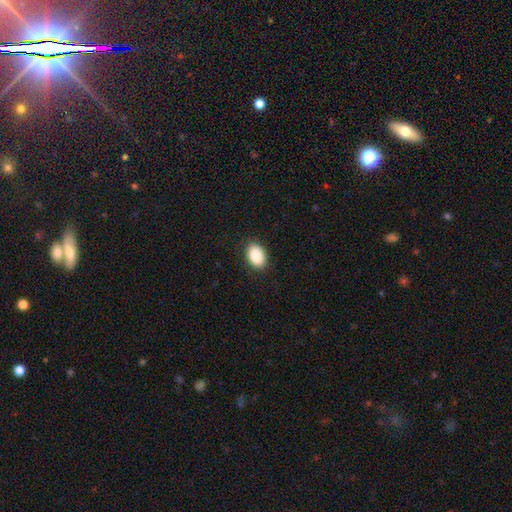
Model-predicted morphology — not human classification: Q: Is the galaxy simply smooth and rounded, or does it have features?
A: smooth — 89%.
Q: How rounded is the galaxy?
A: in between — 88%.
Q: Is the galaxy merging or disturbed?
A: none — 88%.